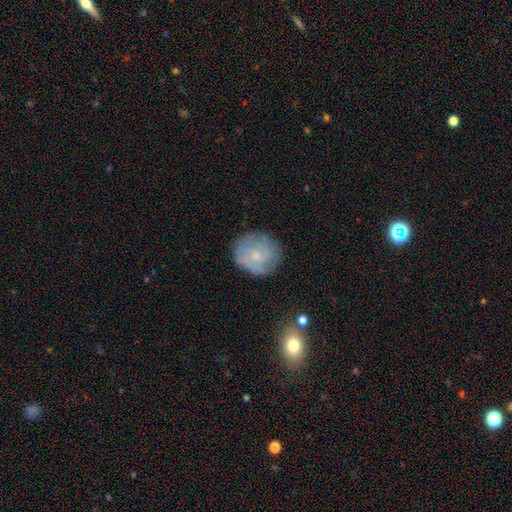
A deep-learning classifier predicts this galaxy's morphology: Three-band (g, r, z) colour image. It shows a featured or disk galaxy (64%) with no bar (76%), tight (66%) spiral arms (85%) and a small central bulge (71%). Merging: none (77%).